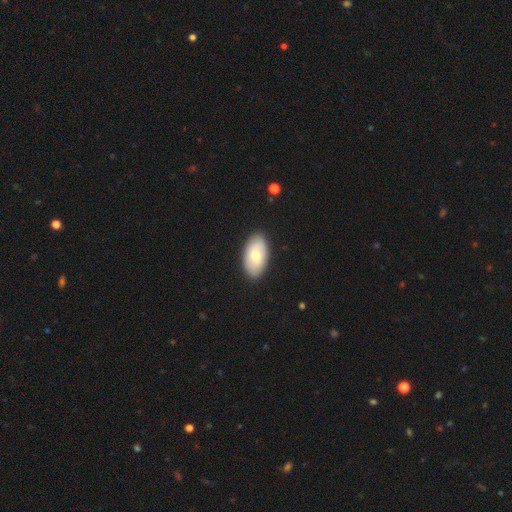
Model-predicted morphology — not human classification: Smooth or featured: smooth — 66% (featured or disk — 29%)
How rounded: in between — 94% (round — 4%)
Merging: none — 89% (minor disturbance — 8%)